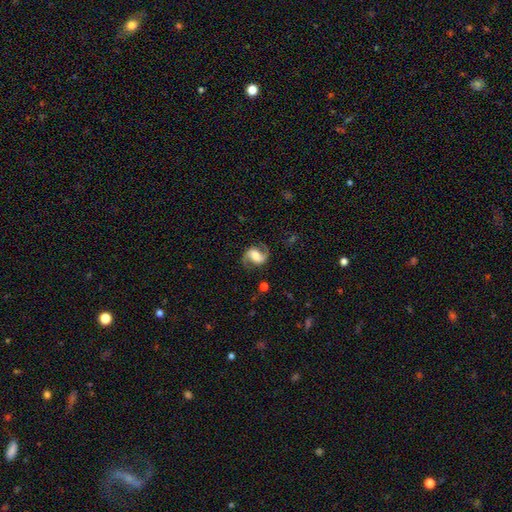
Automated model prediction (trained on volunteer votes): smooth-or-featured: featured or disk: 83% | smooth: 10% | star or artifact: 7%
  disk-edge-on: no: 98% | yes: 2%
    bar: weak: 41% | no: 35% | strong: 24%
    has-spiral-arms: yes: 96% | no: 4%
      spiral-winding: medium: 47% | loose: 41% | tight: 12%
      spiral-arm-count: 2: 92% | 1: 3% | can't tell: 2% | 3: 1% | 4: 1% | more than 4: 1%
    bulge-size: large: 34% | moderate: 30% | small: 16% | none: 14% | dominant: 6%
  merging: none: 78% | minor disturbance: 14% | major disturbance: 7% | merger: 2%